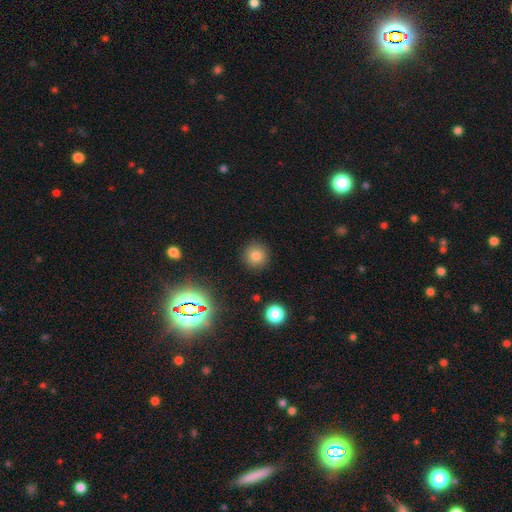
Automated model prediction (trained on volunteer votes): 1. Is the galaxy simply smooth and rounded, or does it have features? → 77% smooth, 15% star or artifact, 7% featured or disk.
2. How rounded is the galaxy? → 94% round, 5% in between, 1% cigar-shaped.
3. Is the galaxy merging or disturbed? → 91% none, 6% minor disturbance, 2% major disturbance, 1% merger.